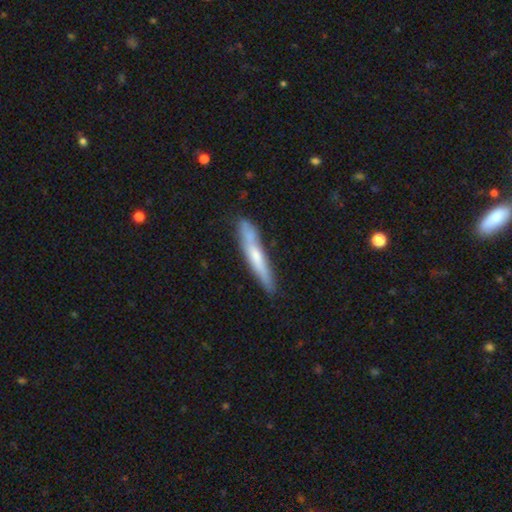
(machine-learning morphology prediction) Smooth or featured? smooth (53%)
How rounded? cigar-shaped (93%)
Merging? none (76%)